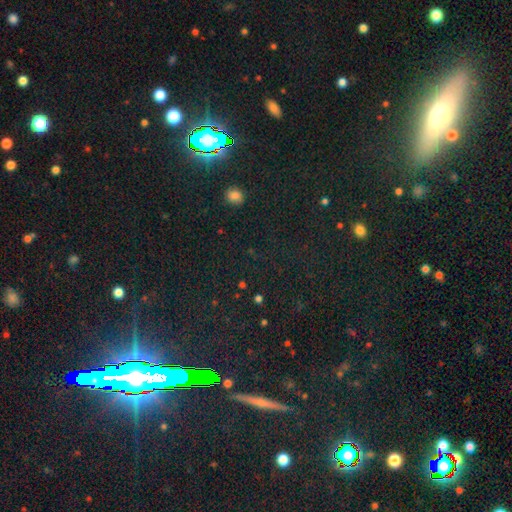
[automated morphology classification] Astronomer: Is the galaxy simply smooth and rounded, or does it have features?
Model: star or artifact — 78%.